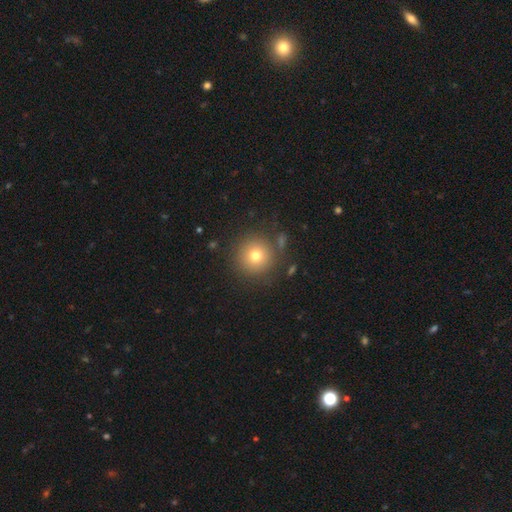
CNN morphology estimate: smooth 75%, star or artifact 13%, featured or disk 12%. Down the decision tree: how rounded — round (96%); merging — none (86%).